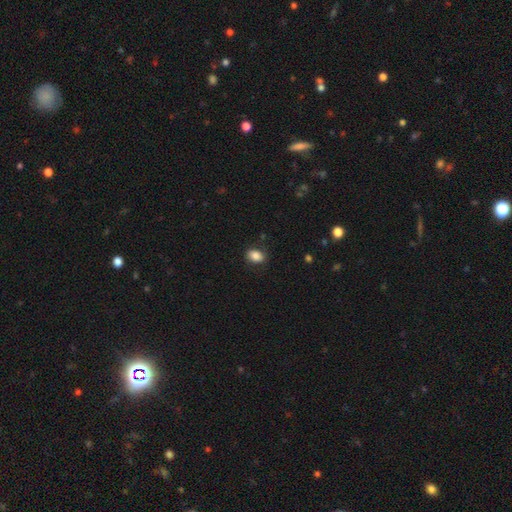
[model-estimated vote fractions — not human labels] This is clearly a smooth galaxy (85%). How rounded: clearly in between (80%). Merging: clearly none (82%).